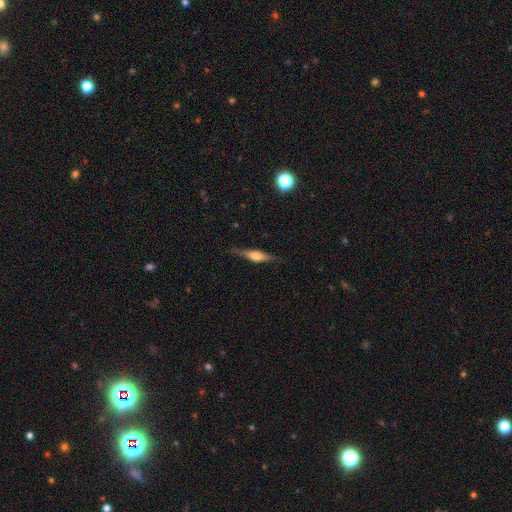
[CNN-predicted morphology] This appears to be a featured or disk galaxy (58%) viewed edge-on (95%) with a rounded central bulge (81%). Merging: none (81%).